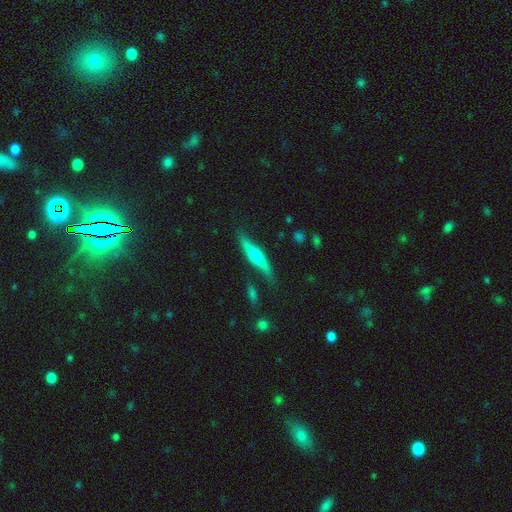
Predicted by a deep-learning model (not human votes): smooth-or-featured: featured or disk: 61% | smooth: 33% | star or artifact: 6%
  disk-edge-on: yes: 91% | no: 9%
    edge-on-bulge: rounded: 88% | boxy: 6% | none: 6%
  merging: none: 75% | minor disturbance: 17% | major disturbance: 4% | merger: 4%